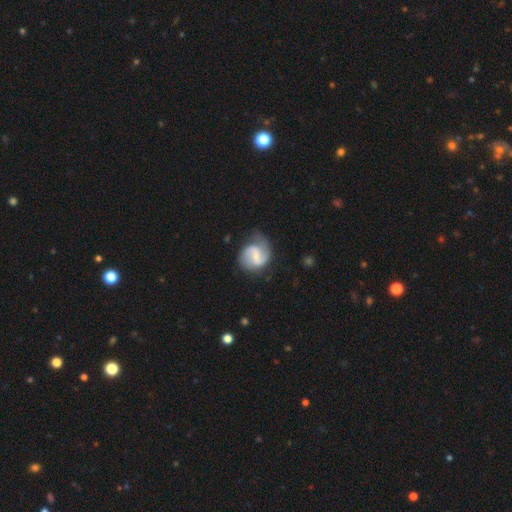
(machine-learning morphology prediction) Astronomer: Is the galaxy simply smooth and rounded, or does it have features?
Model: featured or disk — 81%.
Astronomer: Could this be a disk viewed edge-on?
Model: no — 98%.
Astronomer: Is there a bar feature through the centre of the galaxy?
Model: weak — 54%.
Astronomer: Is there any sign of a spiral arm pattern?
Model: yes — 95%.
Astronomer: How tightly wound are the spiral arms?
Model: medium — 48% (runner-up: loose, 35%).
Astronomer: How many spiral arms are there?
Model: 2 — 86%.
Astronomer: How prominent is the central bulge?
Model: small — 58% (runner-up: moderate, 33%).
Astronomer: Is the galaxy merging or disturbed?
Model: none — 66%.